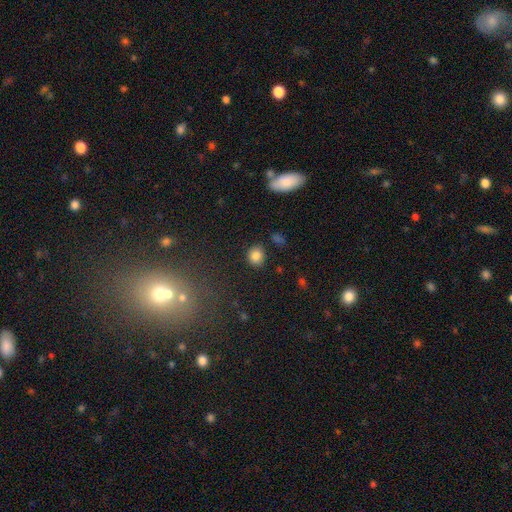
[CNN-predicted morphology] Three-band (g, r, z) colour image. It shows a smooth galaxy with no disk features (84%) that is round (71%). Merging: none (85%).